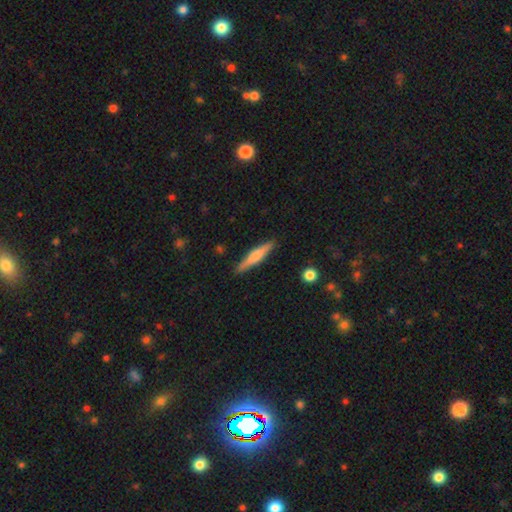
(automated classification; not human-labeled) Smooth or featured?
  - smooth: 50% *
  - featured or disk: 44%
  - star or artifact: 6%
How rounded?
  - cigar-shaped: 89% *
  - in between: 9%
  - round: 2%
Merging?
  - none: 89% *
  - minor disturbance: 8%
  - major disturbance: 2%
  - merger: 1%